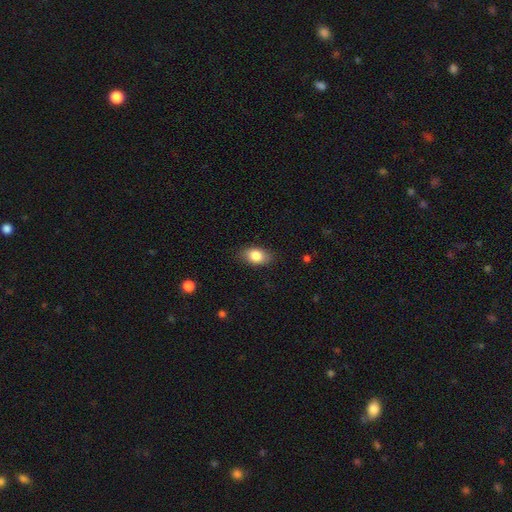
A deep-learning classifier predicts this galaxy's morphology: smooth_or_featured: smooth (p=0.84) [alt: featured or disk p=0.09]
how_rounded: in between (p=0.87) [alt: round p=0.11]
merging: none (p=0.83) [alt: minor disturbance p=0.13]